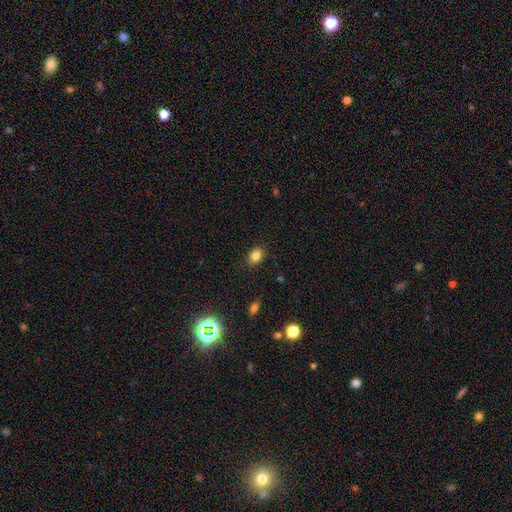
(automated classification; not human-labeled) Morphology: type=smooth (82%); roundness=in between (71%); merging=none (87%).